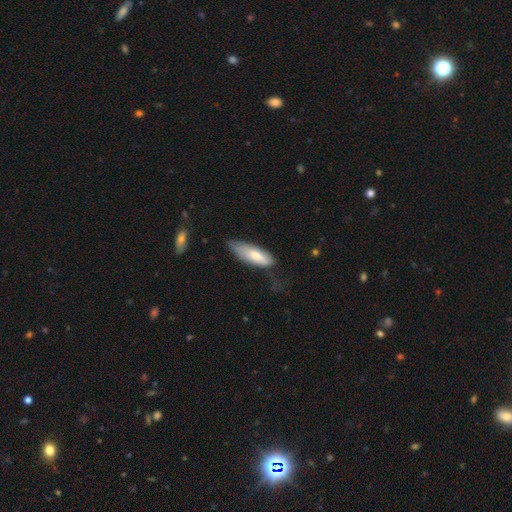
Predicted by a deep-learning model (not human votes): A smooth galaxy with no disk features (72%) that is in between round and cigar-shaped (62%).

Vote fractions:
- Smooth or featured? smooth: 72% / featured or disk: 22% / star or artifact: 6%
- How rounded? in between: 62% / cigar-shaped: 37% / round: 2%
- Merging? none: 42% / minor disturbance: 39% / major disturbance: 16% / merger: 2%